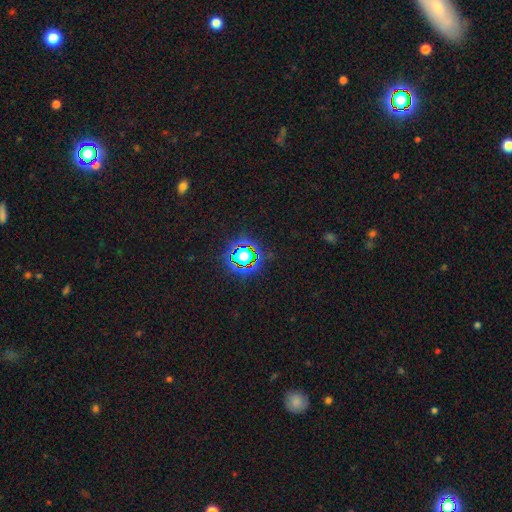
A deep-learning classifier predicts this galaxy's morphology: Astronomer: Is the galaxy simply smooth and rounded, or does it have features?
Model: star or artifact — 79%.